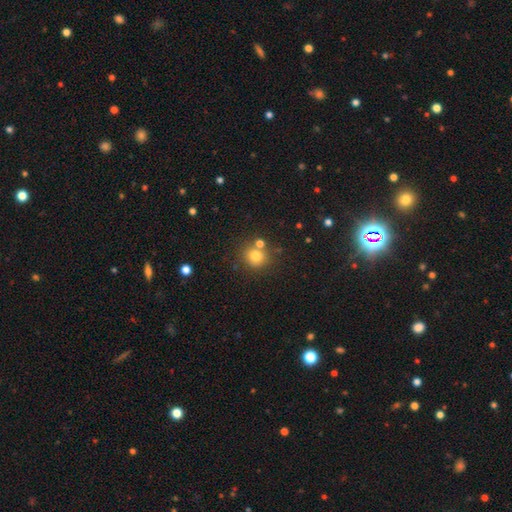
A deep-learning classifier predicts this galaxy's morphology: type=smooth (77%); roundness=round (88%); merging=none (70%).